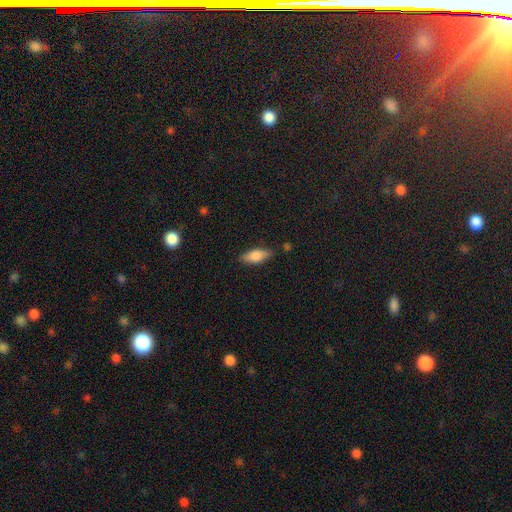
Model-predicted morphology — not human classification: Q: Smooth or featured?
A: smooth (75%); runner-up: featured or disk (18%)
Q: How rounded?
A: in between (76%); runner-up: cigar-shaped (22%)
Q: Merging?
A: none (81%); runner-up: minor disturbance (14%)